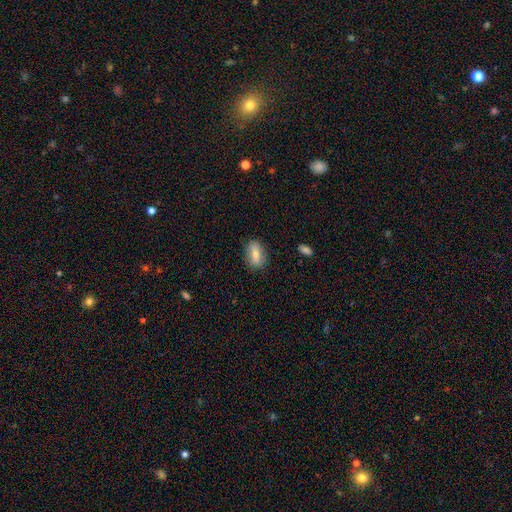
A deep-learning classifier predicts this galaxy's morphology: Overall: smooth (72%). How rounded: in between (84%). Merging: none (81%).